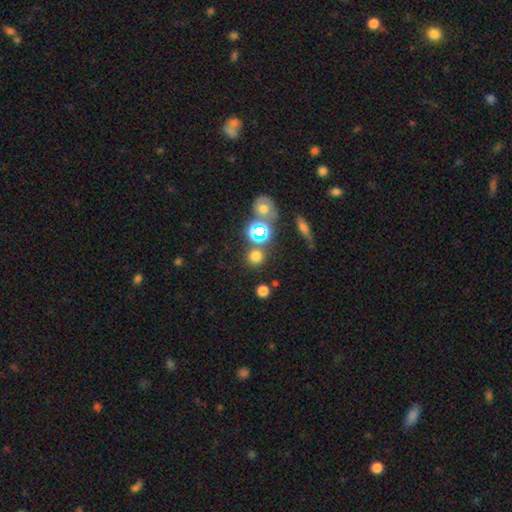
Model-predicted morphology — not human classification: The model was most divided on "smooth or featured": smooth: 68%, star or artifact: 25%, featured or disk: 7%. More confident: how rounded — round (89%); merging — none (79%).